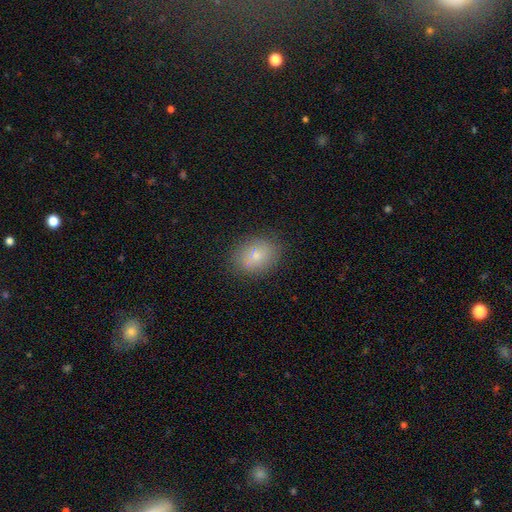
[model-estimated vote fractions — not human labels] A smooth galaxy with no disk features (77%) that is in between round and cigar-shaped (59%). Merging: none (80%).